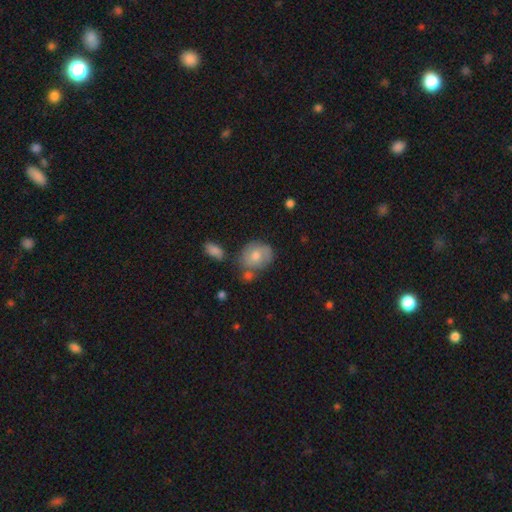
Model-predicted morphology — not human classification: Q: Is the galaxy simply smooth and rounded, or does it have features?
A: smooth — 62%.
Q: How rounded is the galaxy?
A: round — 56%.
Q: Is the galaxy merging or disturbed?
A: none — 61%.